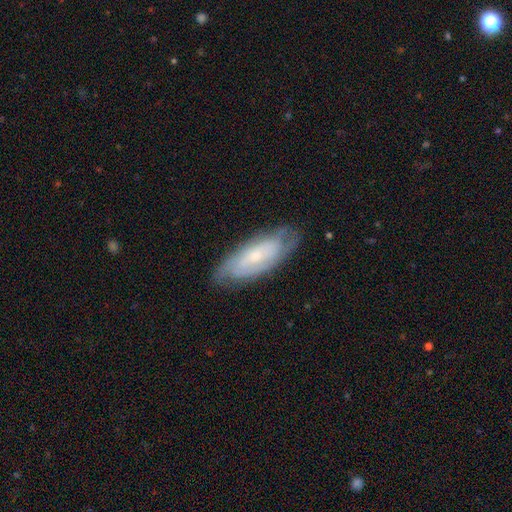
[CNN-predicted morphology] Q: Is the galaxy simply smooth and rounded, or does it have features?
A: featured or disk — 62%.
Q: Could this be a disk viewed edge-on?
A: no — 83%.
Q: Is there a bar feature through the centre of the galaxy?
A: no — 67%.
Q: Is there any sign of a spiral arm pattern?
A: yes — 79%.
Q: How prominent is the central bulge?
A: small — 63%.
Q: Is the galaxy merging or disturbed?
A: none — 74%.